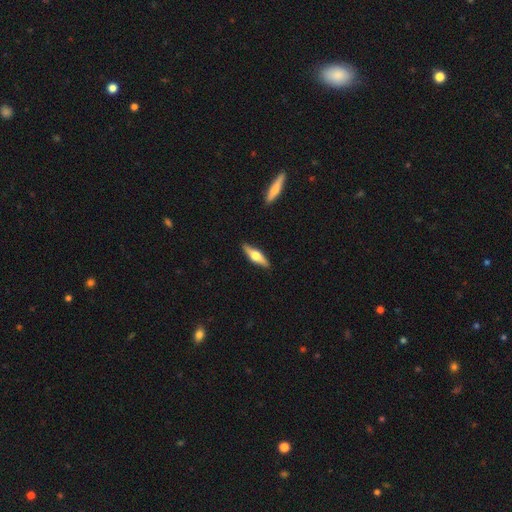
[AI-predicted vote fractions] Smooth or featured? featured or disk (58%)
Edge-on disk? yes (94%)
Edge-on bulge? rounded (94%)
Merging? none (89%)